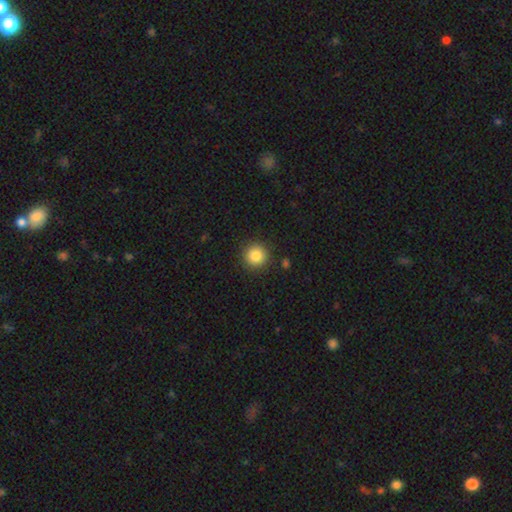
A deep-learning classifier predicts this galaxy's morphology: smooth-or-featured: smooth: 85% | star or artifact: 10% | featured or disk: 5%
  how-rounded: round: 95% | in between: 4% | cigar-shaped: 1%
  merging: none: 90% | minor disturbance: 6% | major disturbance: 2% | merger: 2%